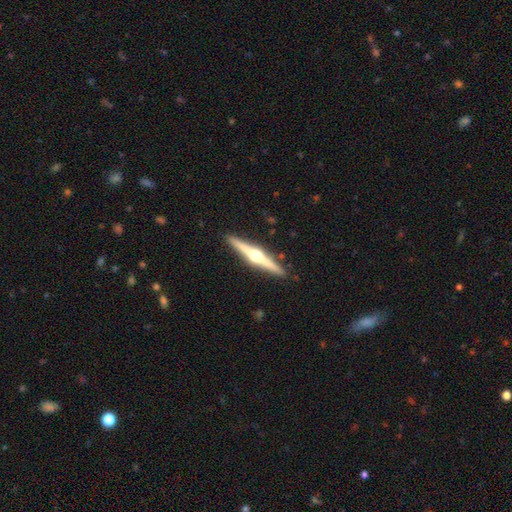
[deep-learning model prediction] featured or disk 81%, smooth 14%, star or artifact 5%. Down the decision tree: edge-on disk — yes (98%); edge-on bulge — rounded (96%); merging — none (92%).